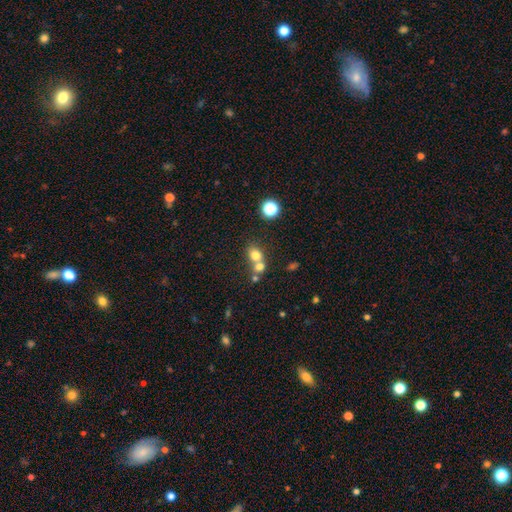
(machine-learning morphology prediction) Smooth or featured? smooth (73%)
How rounded? round (59%)
Merging? merger (54%)